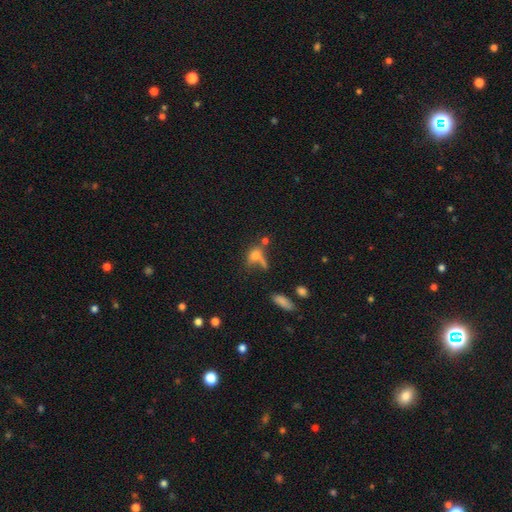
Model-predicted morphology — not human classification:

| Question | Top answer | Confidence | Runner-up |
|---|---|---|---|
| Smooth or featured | smooth | 68% | featured or disk (17%) |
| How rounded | in between | 60% | round (30%) |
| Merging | none | 35% | merger (27%) |